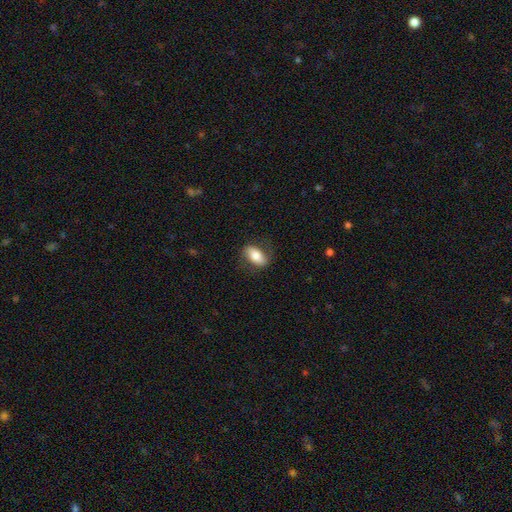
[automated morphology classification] Overall: smooth (69%). How rounded: in between (86%). Merging: none (74%).